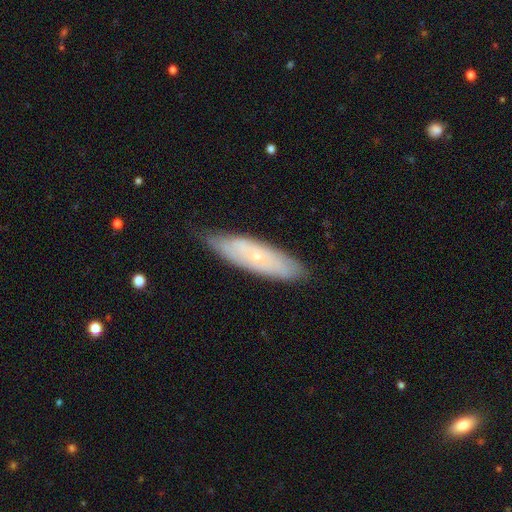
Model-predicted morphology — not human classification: A featured or disk galaxy (54%). Merging: none (76%).